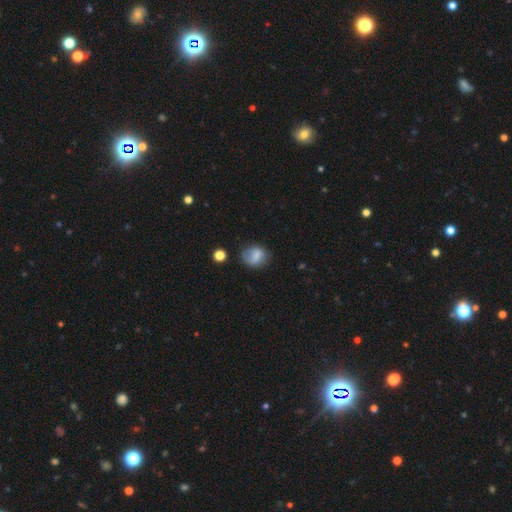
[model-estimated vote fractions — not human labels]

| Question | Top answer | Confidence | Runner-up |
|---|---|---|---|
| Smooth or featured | smooth | 69% | featured or disk (21%) |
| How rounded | round | 55% | in between (43%) |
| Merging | none | 63% | minor disturbance (24%) |